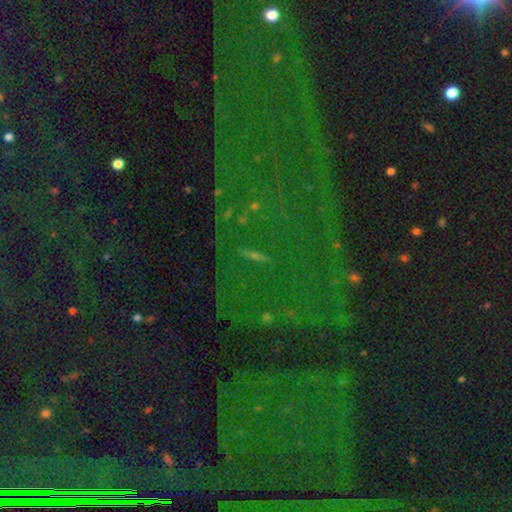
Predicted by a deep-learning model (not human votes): Smooth or featured? star or artifact (83%)